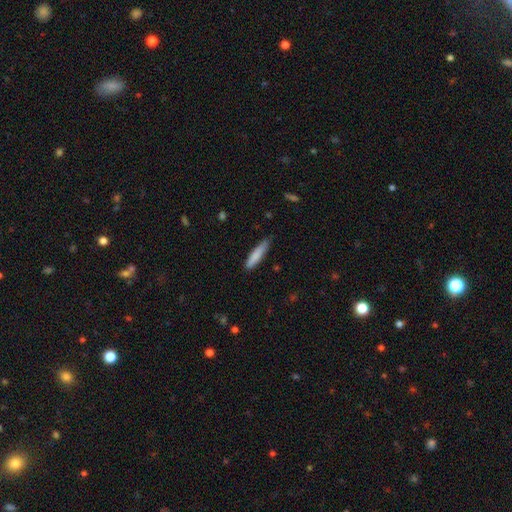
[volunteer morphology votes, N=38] smooth 82%, featured or disk 13%, star or artifact 5%. Down the decision tree: how rounded — cigar-shaped (94%); merging — none (53%).